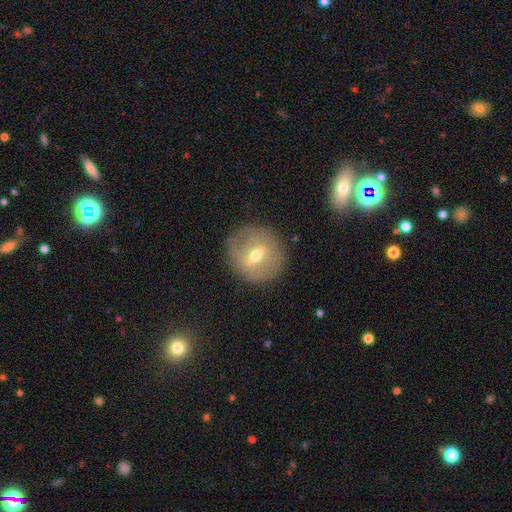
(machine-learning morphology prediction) featured or disk 57%, smooth 35%, star or artifact 9%. Down the decision tree: edge-on disk — no (89%); bar — weak (48%); spiral arms — no (71%); bulge size — moderate (64%); merging — none (83%).